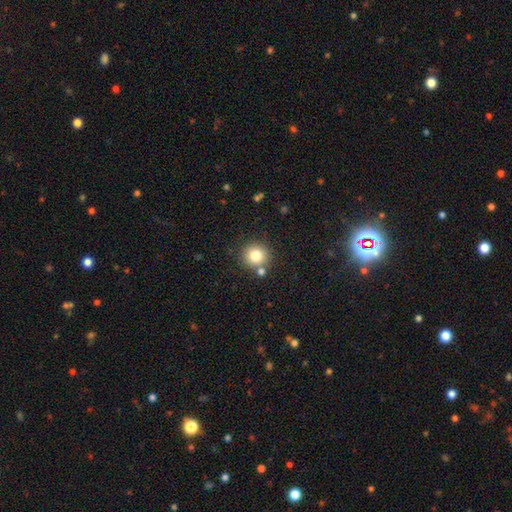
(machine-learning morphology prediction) This appears to be a smooth galaxy with no disk features (80%) that is round (93%). Merging: none (80%).